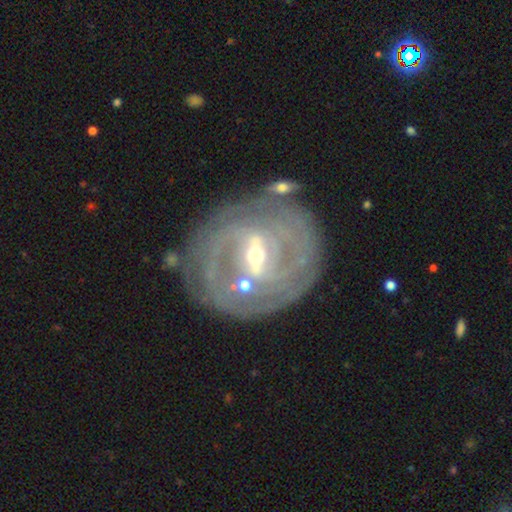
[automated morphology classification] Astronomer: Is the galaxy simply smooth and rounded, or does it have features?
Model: featured or disk — 86%.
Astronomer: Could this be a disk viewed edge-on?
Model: no — 96%.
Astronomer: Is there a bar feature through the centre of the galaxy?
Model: strong — 44% (runner-up: weak, 43%).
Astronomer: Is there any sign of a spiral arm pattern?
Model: yes — 90%.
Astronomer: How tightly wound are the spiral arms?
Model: tight — 74%.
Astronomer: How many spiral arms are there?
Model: can't tell — 37% (runner-up: 2, 26%).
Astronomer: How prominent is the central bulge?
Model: small — 55% (runner-up: moderate, 41%).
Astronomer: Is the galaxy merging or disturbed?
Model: none — 72%.